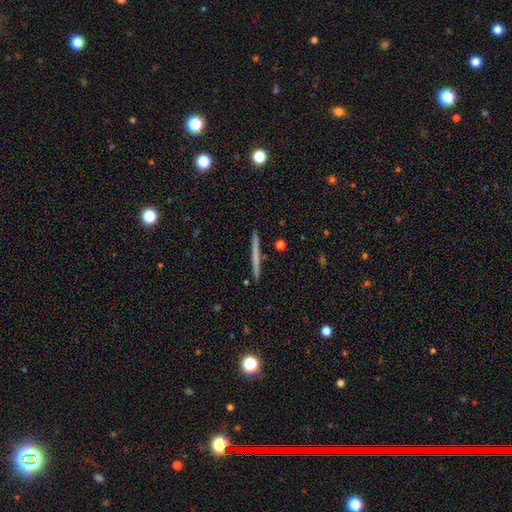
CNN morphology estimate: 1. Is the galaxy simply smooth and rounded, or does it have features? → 53% smooth, 41% featured or disk, 6% star or artifact.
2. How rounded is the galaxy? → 96% cigar-shaped, 2% in between, 2% round.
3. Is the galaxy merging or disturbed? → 92% none, 6% minor disturbance, 1% merger, 1% major disturbance.